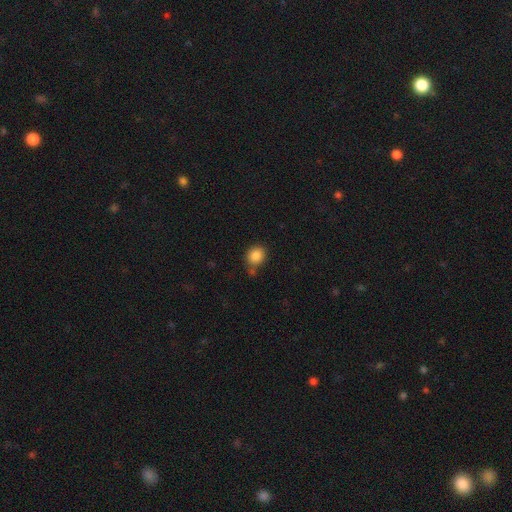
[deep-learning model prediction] Smooth or featured? Predicted: smooth (p=0.85). How rounded? Predicted: round (p=0.78). Merging? Predicted: none (p=0.70).